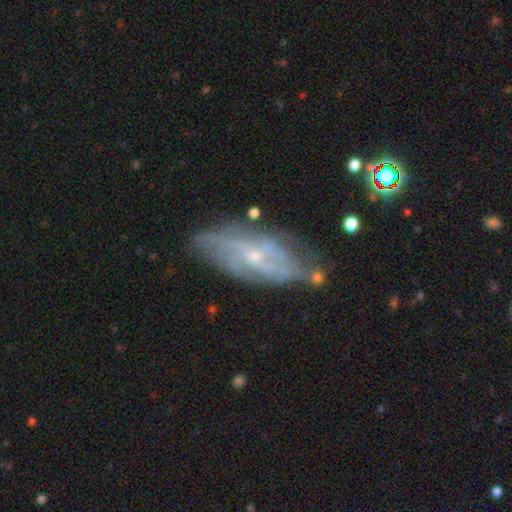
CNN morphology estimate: smooth_or_featured: featured or disk (p=0.75) [alt: smooth p=0.17]
disk_edge_on: no (p=0.85) [alt: yes p=0.15]
bar: no (p=0.62) [alt: weak p=0.32]
has_spiral_arms: yes (p=0.76) [alt: no p=0.24]
bulge_size: small (p=0.68) [alt: moderate p=0.26]
merging: none (p=0.63) [alt: minor disturbance p=0.24]